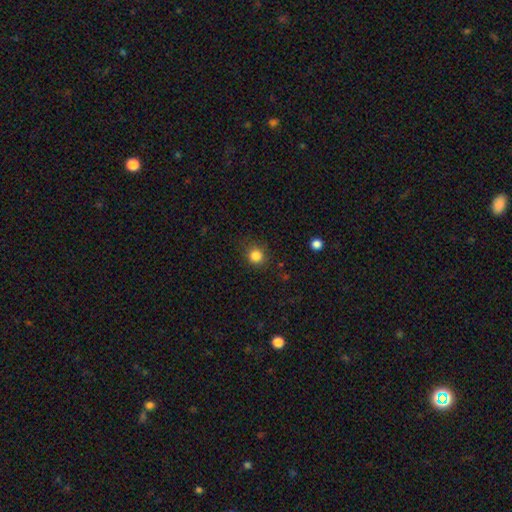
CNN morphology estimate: The model was most divided on "smooth or featured": smooth: 84%, star or artifact: 12%, featured or disk: 4%. More confident: how rounded — round (89%); merging — none (84%).